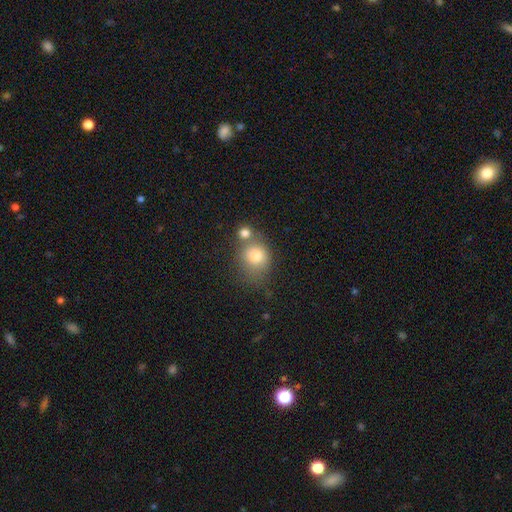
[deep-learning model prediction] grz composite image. It shows a smooth galaxy with no disk features (78%) that is round (67%). Merging: none (45%).